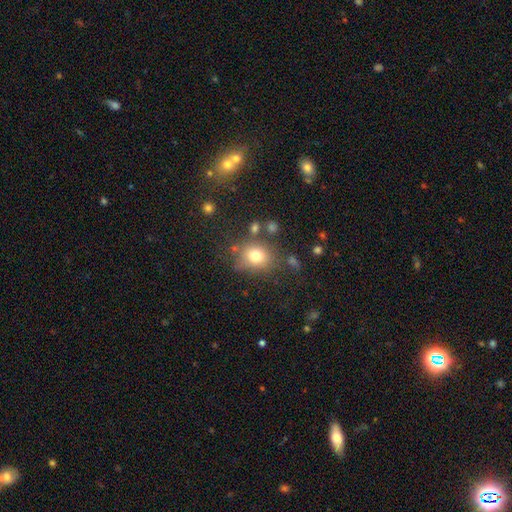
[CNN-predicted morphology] A smooth galaxy with no disk features (76%) that is round (64%). Merging: none (71%).